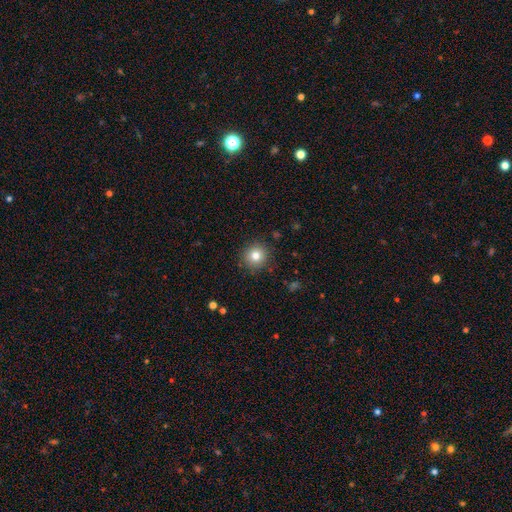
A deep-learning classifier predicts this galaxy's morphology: smooth 80%, star or artifact 12%, featured or disk 9%. Down the decision tree: how rounded — round (93%); merging — none (89%).